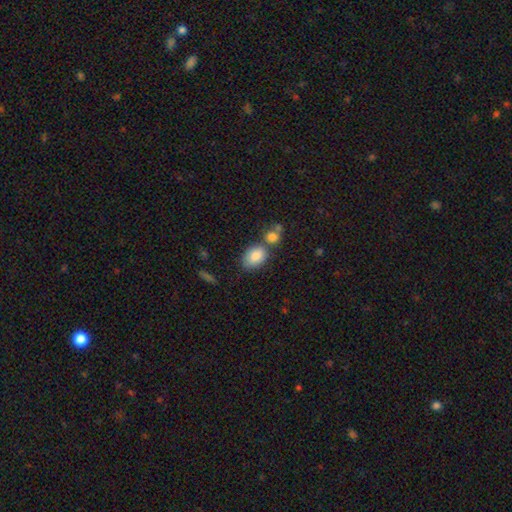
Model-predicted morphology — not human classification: Smooth or featured? smooth (85%)
How rounded? in between (81%)
Merging? none (55%)